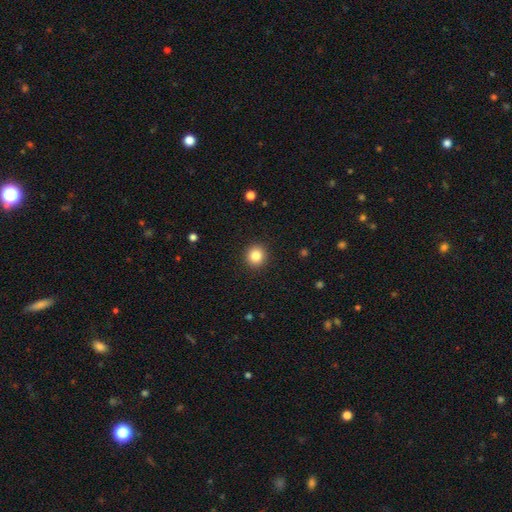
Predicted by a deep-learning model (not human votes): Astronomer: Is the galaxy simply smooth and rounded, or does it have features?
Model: smooth — 84%.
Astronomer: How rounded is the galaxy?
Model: round — 92%.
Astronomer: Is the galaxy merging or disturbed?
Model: none — 92%.